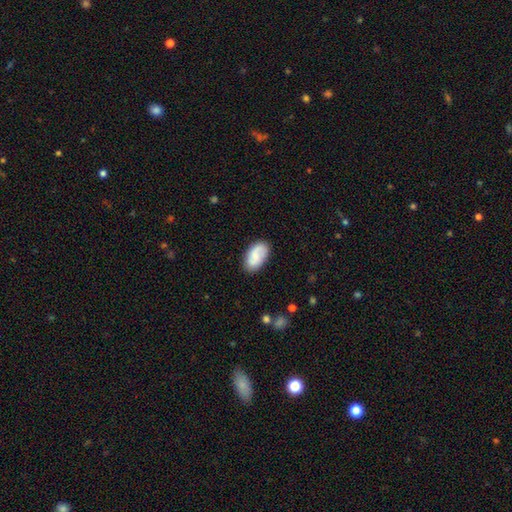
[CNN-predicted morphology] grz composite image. It shows a smooth galaxy with no disk features (63%) that is in between round and cigar-shaped (94%). Merging: none (79%).